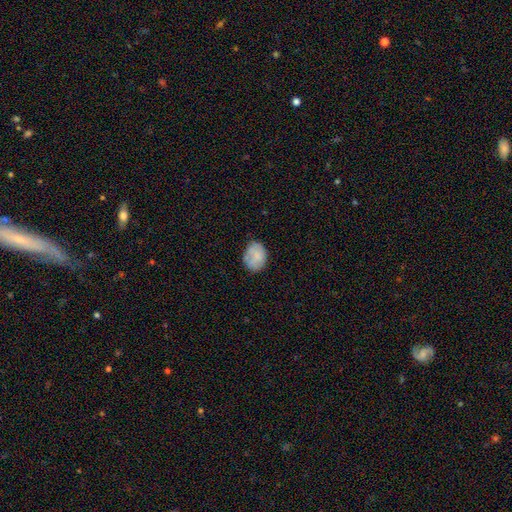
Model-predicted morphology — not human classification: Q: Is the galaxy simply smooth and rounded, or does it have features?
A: smooth — 76%.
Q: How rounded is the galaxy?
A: in between — 64%.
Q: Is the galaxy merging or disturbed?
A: none — 69%.